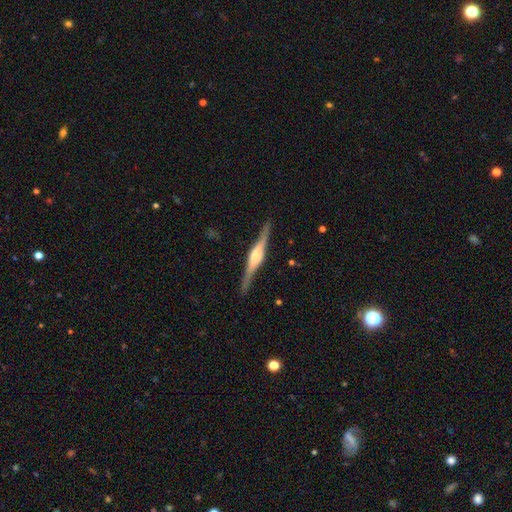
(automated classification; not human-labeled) This appears to be a featured or disk galaxy (83%) viewed edge-on (98%) with a rounded central bulge (67%). Merging: none (88%).